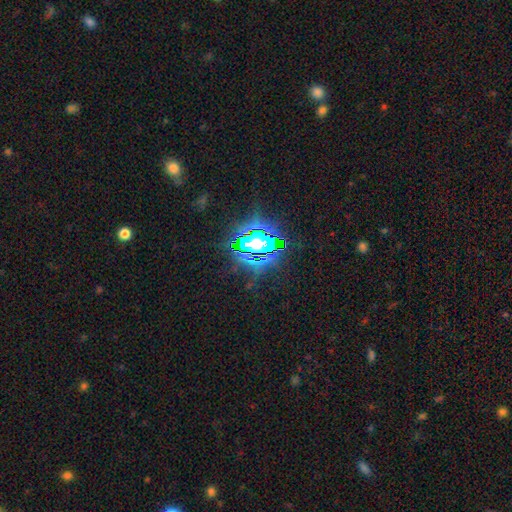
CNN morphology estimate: Smooth or featured? star or artifact (74%)